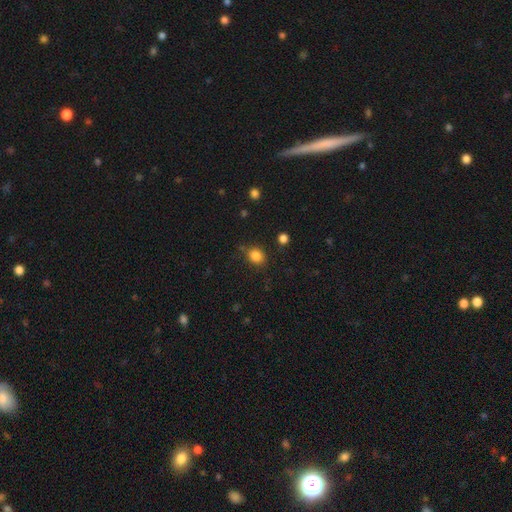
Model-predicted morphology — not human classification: Smooth or featured: smooth — 84% (star or artifact — 12%)
How rounded: round — 67% (in between — 32%)
Merging: none — 79% (minor disturbance — 14%)